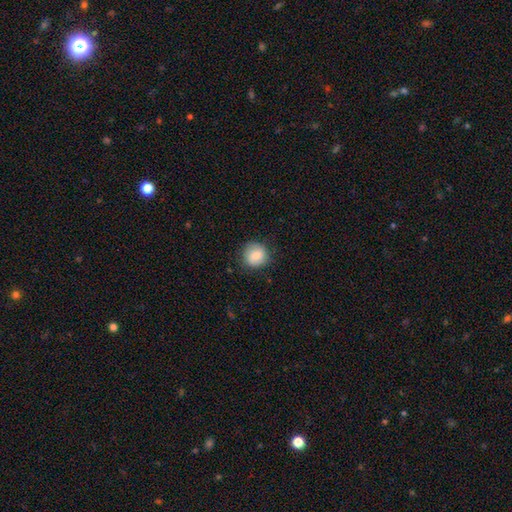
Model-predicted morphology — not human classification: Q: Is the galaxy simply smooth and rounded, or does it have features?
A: smooth — 83%.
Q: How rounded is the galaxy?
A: round — 89%.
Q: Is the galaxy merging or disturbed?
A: none — 82%.